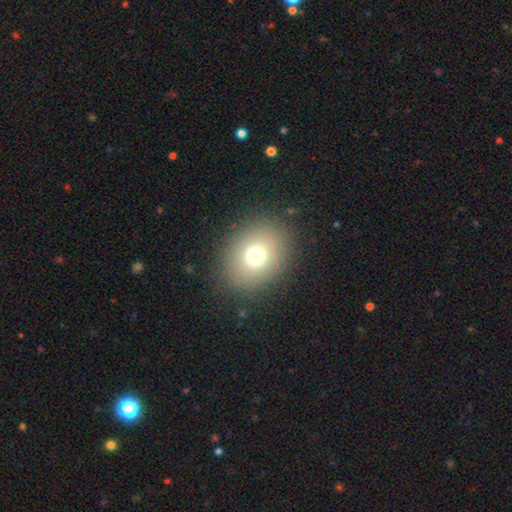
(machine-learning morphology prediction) smooth-or-featured: smooth: 71% | star or artifact: 16% | featured or disk: 12%
  how-rounded: round: 55% | in between: 44% | cigar-shaped: 1%
  merging: none: 86% | minor disturbance: 8% | major disturbance: 5% | merger: 1%